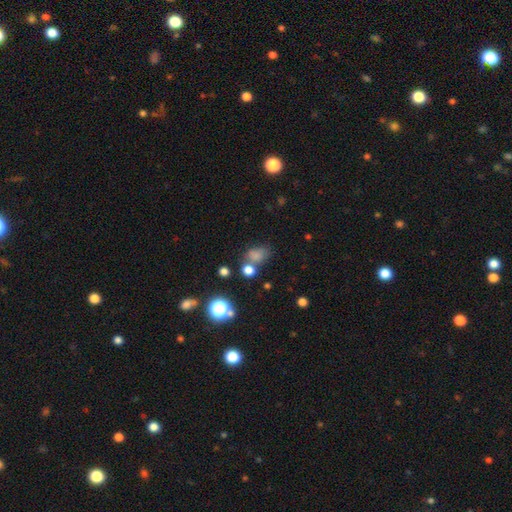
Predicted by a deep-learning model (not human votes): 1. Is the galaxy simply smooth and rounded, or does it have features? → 71% smooth, 21% star or artifact, 9% featured or disk.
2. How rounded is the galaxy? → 61% in between, 38% round, 2% cigar-shaped.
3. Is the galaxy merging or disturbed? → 51% none, 23% merger, 17% minor disturbance, 9% major disturbance.